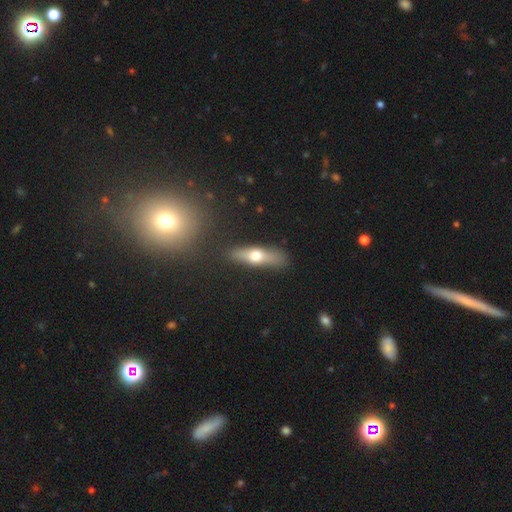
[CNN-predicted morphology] The model was most divided on "smooth or featured": smooth: 52%, featured or disk: 41%, star or artifact: 7%. More confident: merging — none (82%); how rounded — cigar-shaped (64%).